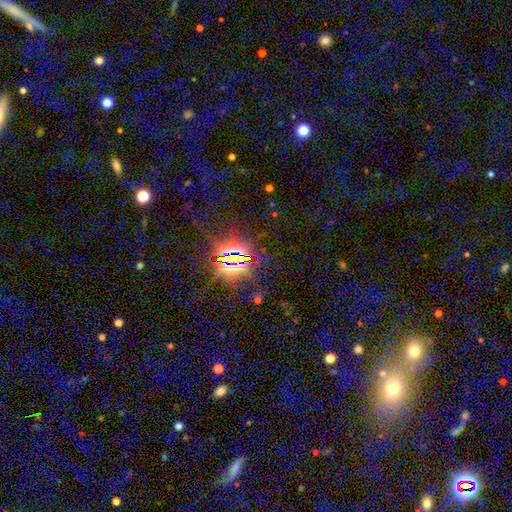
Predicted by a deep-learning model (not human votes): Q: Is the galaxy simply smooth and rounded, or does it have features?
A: star or artifact — 84%.